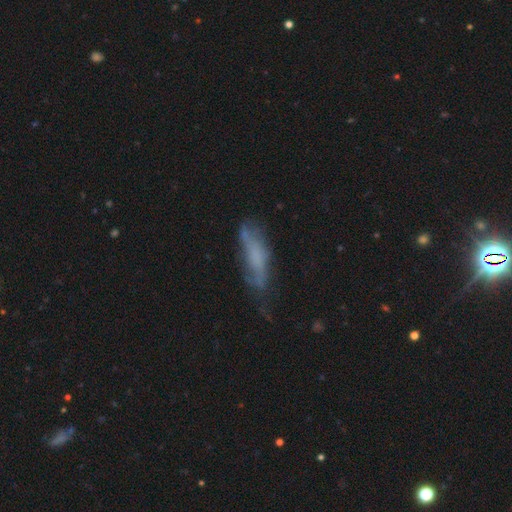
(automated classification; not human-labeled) smooth_or_featured: smooth (p=0.48) [alt: featured or disk p=0.42]
merging: none (p=0.45) [alt: minor disturbance p=0.32]